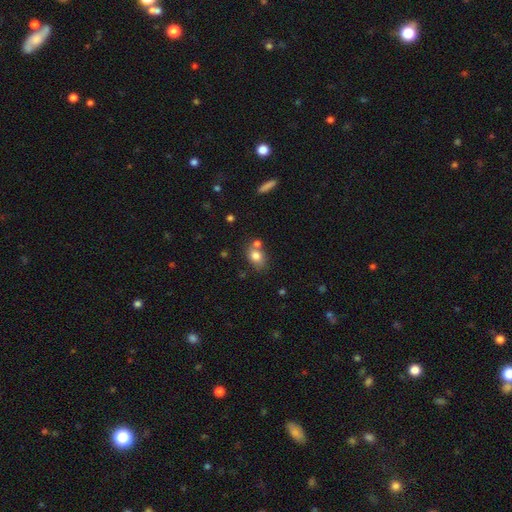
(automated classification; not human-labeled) Smooth or featured: smooth — 78% (featured or disk — 11%)
How rounded: in between — 63% (round — 36%)
Merging: none — 58% (merger — 25%)